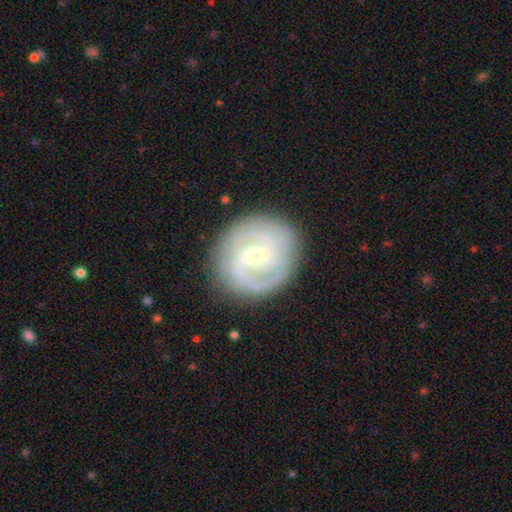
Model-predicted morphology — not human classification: smooth_or_featured: featured or disk (p=0.86) [alt: smooth p=0.09]
disk_edge_on: no (p=0.97) [alt: yes p=0.03]
bar: weak (p=0.55) [alt: strong p=0.23]
has_spiral_arms: yes (p=0.95) [alt: no p=0.05]
spiral_winding: tight (p=0.62) [alt: medium p=0.31]
spiral_arm_count: 2 (p=0.49) [alt: 3 p=0.19]
bulge_size: small (p=0.54) [alt: moderate p=0.43]
merging: none (p=0.83) [alt: minor disturbance p=0.11]